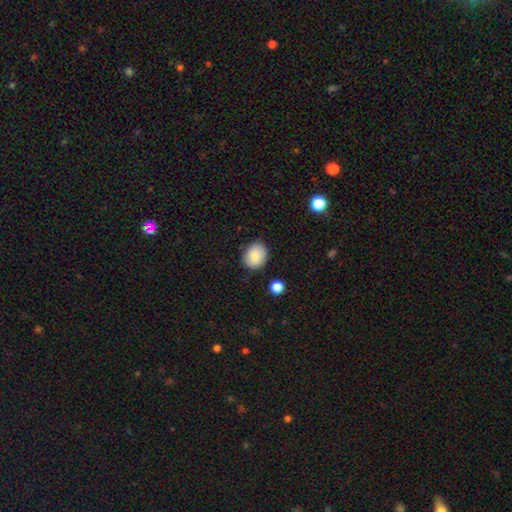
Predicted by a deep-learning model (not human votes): Smooth or featured? Predicted: smooth (p=0.85). How rounded? Predicted: round (p=0.57). Merging? Predicted: none (p=0.84).